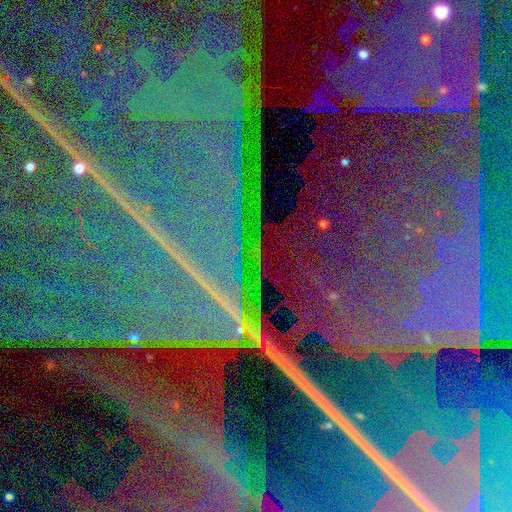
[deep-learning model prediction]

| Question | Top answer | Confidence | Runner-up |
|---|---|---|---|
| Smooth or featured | star or artifact | 89% | featured or disk (6%) |